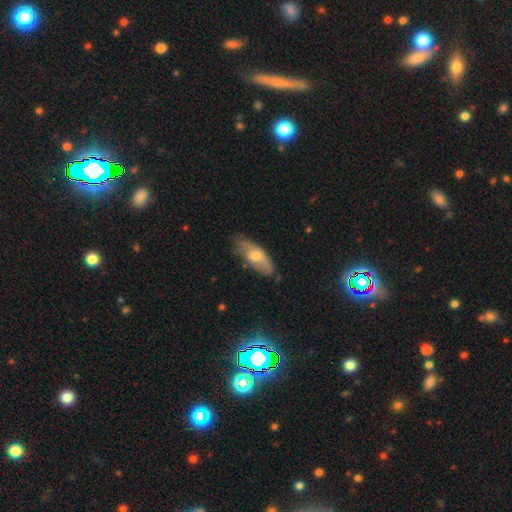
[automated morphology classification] smooth 59%, featured or disk 34%, star or artifact 7%. Down the decision tree: how rounded — in between (72%); merging — none (74%).